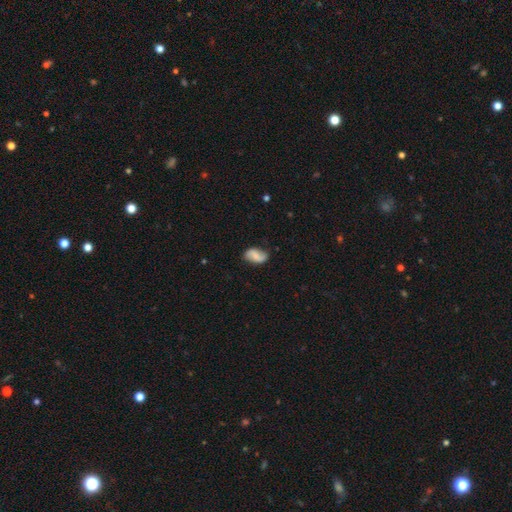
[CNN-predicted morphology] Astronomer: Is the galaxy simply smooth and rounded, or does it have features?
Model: smooth — 48% (runner-up: featured or disk, 43%).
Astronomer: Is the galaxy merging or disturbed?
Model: none — 74%.